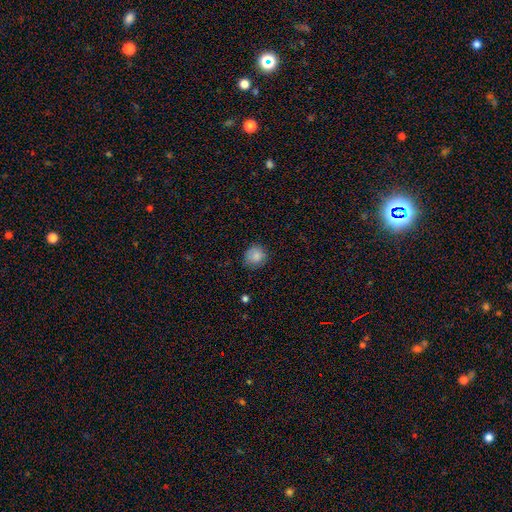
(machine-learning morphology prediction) The model was most divided on "merging": none: 79%, minor disturbance: 17%, major disturbance: 3%, merger: 1%. More confident: how rounded — round (86%); smooth or featured — smooth (84%).